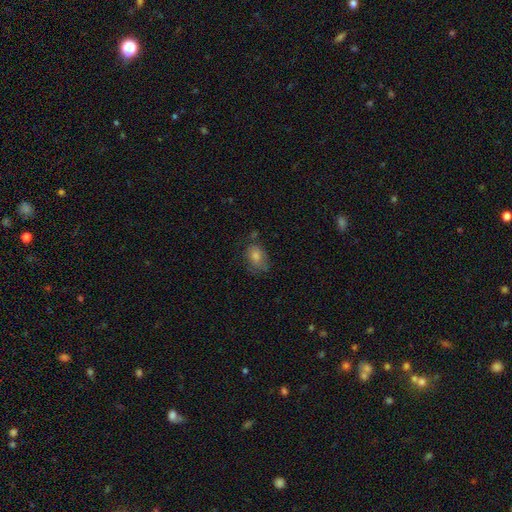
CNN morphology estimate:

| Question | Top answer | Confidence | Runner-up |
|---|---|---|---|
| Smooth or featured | smooth | 64% | featured or disk (20%) |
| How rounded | in between | 62% | round (37%) |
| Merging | none | 64% | minor disturbance (24%) |